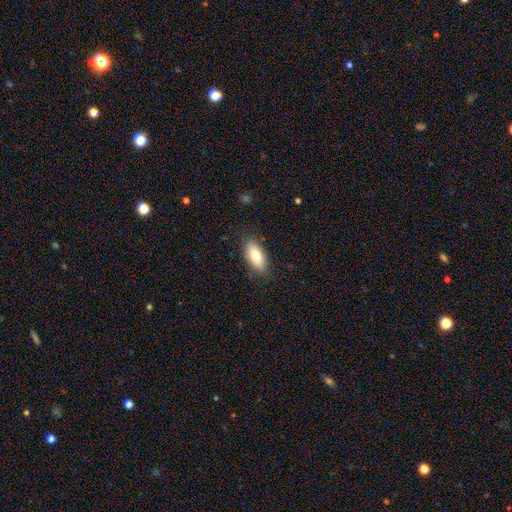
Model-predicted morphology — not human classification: Smooth or featured?
  - smooth: 81% *
  - featured or disk: 12%
  - star or artifact: 7%
How rounded?
  - in between: 86% *
  - cigar-shaped: 12%
  - round: 2%
Merging?
  - none: 84% *
  - minor disturbance: 12%
  - major disturbance: 3%
  - merger: 1%